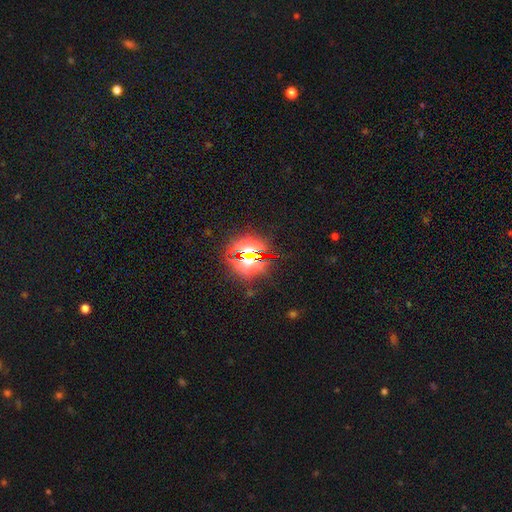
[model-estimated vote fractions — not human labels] Smooth or featured? star or artifact (76%)